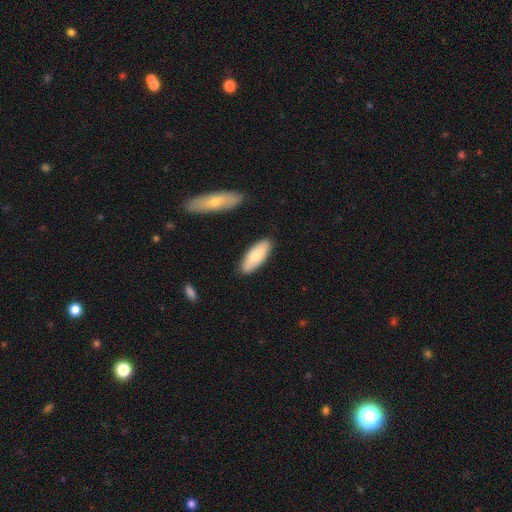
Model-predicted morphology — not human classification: Smooth or featured? smooth (75%)
How rounded? in between (77%)
Merging? none (86%)